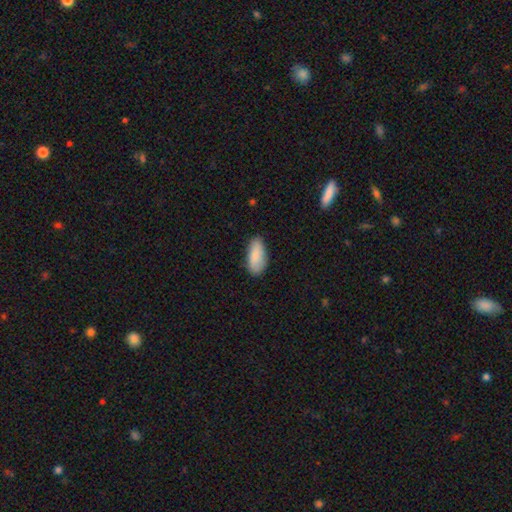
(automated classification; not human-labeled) Smooth or featured: smooth — 87% (featured or disk — 7%)
How rounded: in between — 87% (cigar-shaped — 11%)
Merging: none — 83% (minor disturbance — 14%)